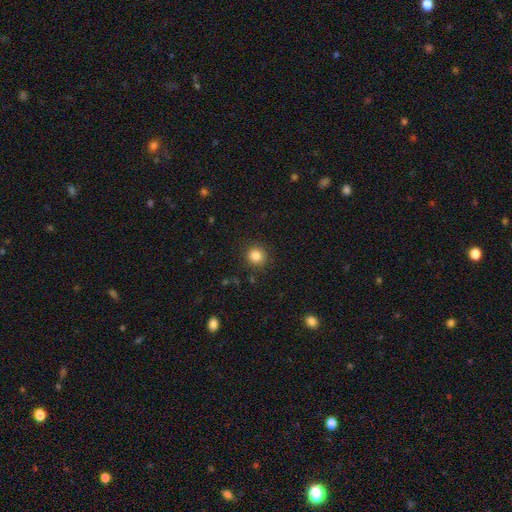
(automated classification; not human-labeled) Morphology: type=smooth (84%); roundness=round (92%); merging=none (89%).